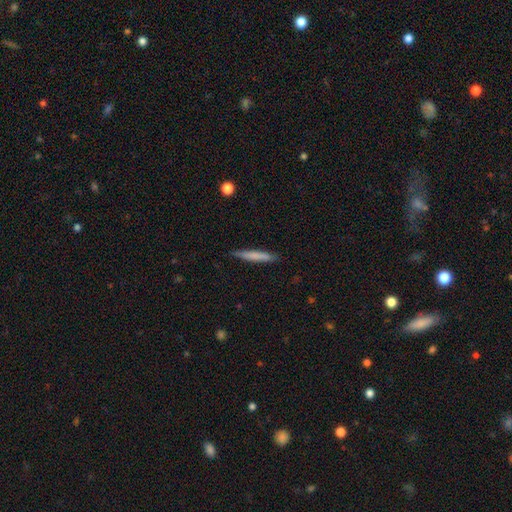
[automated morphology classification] The model was most divided on "smooth or featured": smooth: 69%, featured or disk: 25%, star or artifact: 6%. More confident: how rounded — cigar-shaped (95%); merging — none (86%).